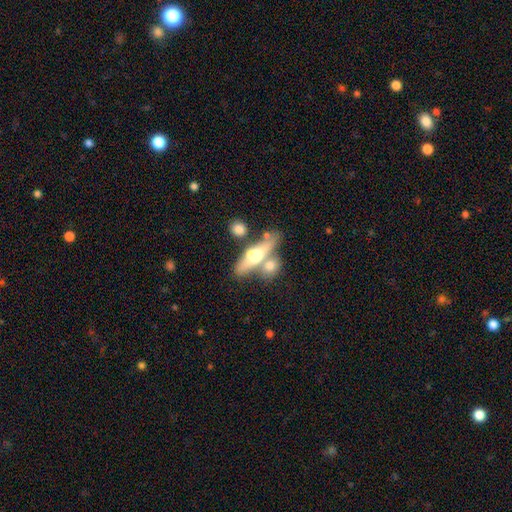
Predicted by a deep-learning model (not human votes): featured or disk 52%, smooth 41%, star or artifact 7%. Down the decision tree: edge-on disk — yes (77%); merging — none (47%).